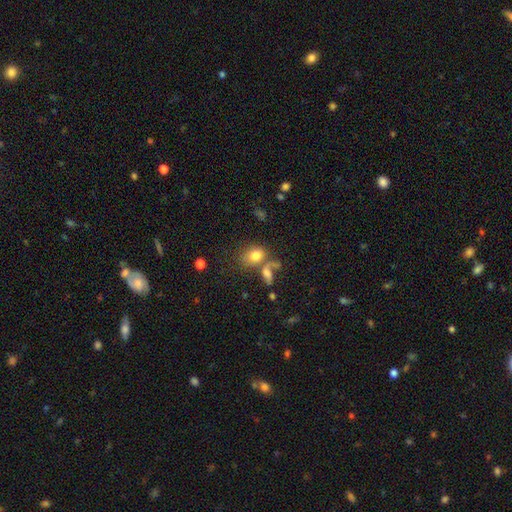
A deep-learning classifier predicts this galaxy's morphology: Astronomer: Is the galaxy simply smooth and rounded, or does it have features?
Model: smooth — 77%.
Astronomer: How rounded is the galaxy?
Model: in between — 62%.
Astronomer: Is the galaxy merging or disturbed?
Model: none — 47% (runner-up: merger, 31%).